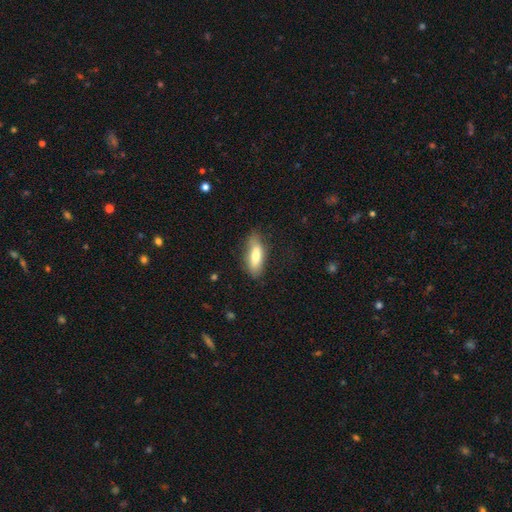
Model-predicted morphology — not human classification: This appears to be a smooth galaxy with no disk features (76%) that is in between round and cigar-shaped (64%). Merging: none (76%).